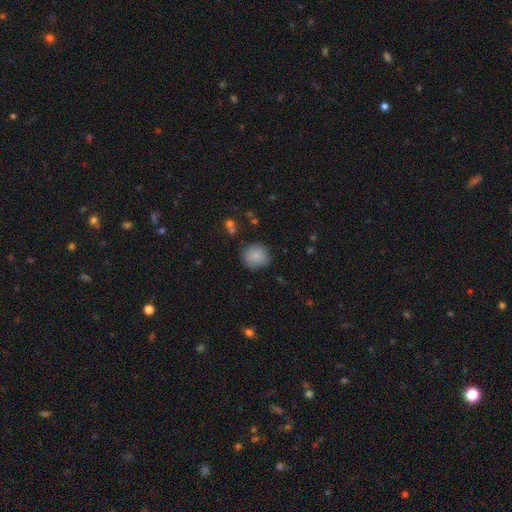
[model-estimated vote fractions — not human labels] Q: Smooth or featured?
A: smooth (85%); runner-up: star or artifact (9%)
Q: How rounded?
A: round (88%); runner-up: in between (11%)
Q: Merging?
A: none (82%); runner-up: minor disturbance (13%)